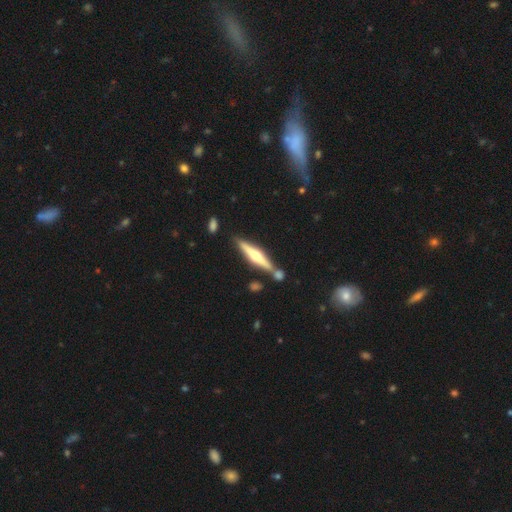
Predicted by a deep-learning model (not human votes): A featured or disk galaxy (66%) viewed edge-on (96%) with a rounded central bulge (91%). Merging: none (72%).